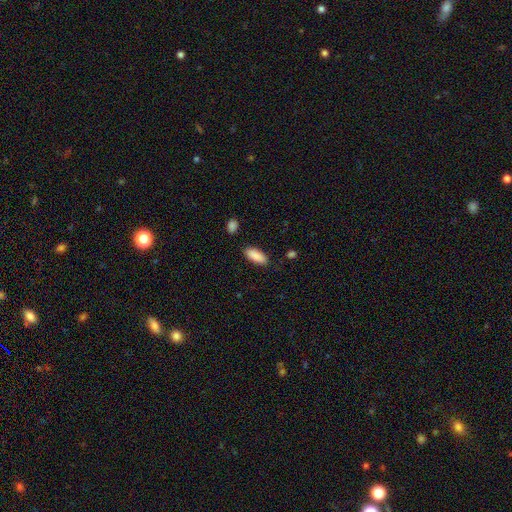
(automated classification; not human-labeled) Smooth or featured? smooth (90%)
How rounded? in between (82%)
Merging? none (85%)